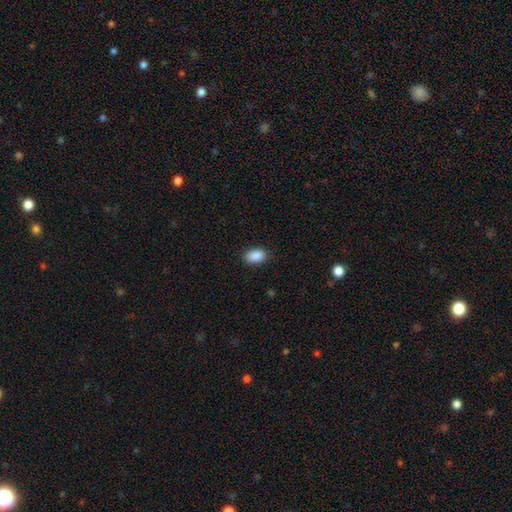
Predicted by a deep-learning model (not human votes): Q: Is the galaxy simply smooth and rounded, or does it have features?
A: smooth — 90%.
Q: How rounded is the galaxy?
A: in between — 90%.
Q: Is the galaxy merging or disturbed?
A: none — 87%.